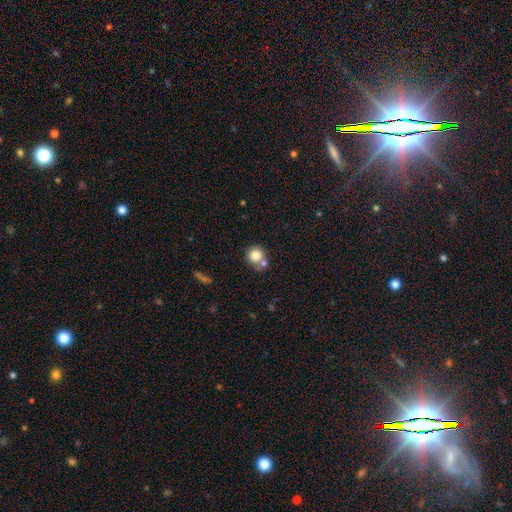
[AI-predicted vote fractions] The model was most divided on "merging": none: 56%, merger: 30%, minor disturbance: 10%, major disturbance: 4%. More confident: how rounded — round (89%); smooth or featured — smooth (81%).